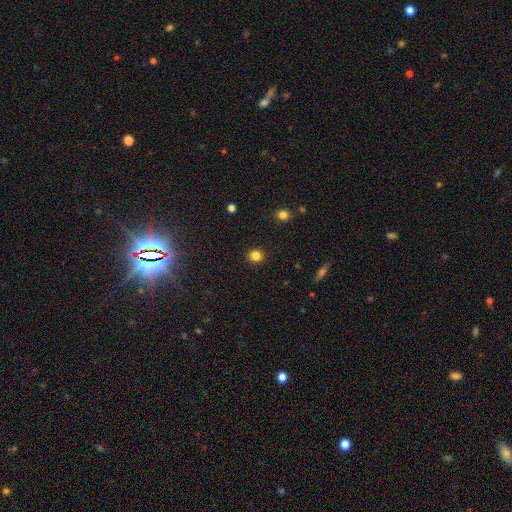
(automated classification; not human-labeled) Smooth or featured? Predicted: smooth (p=0.83). How rounded? Predicted: round (p=0.85). Merging? Predicted: none (p=0.91).